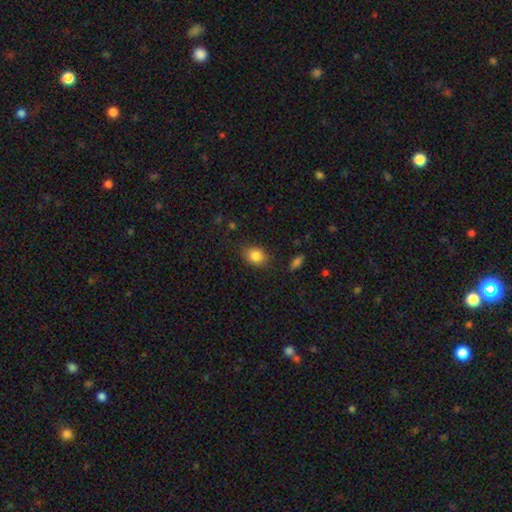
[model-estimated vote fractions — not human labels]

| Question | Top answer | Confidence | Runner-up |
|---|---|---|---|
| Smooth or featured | smooth | 85% | star or artifact (9%) |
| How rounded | in between | 57% | round (42%) |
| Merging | none | 81% | minor disturbance (14%) |